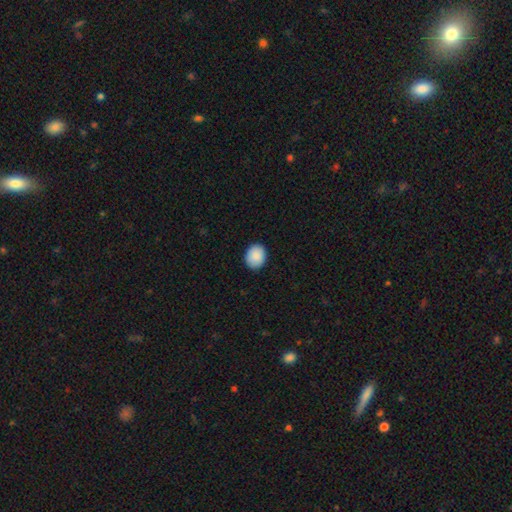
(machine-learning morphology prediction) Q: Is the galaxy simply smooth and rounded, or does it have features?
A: smooth — 89%.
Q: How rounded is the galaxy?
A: round — 57%.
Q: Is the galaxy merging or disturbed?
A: none — 89%.